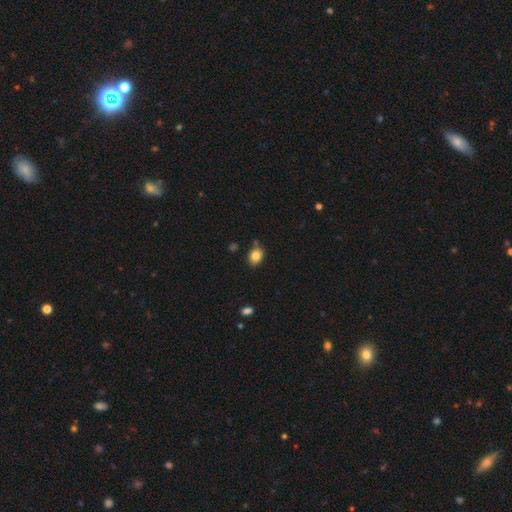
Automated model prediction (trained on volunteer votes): Smooth or featured?
  - smooth: 83% *
  - star or artifact: 10%
  - featured or disk: 8%
How rounded?
  - in between: 52% *
  - round: 47%
  - cigar-shaped: 1%
Merging?
  - none: 77% *
  - minor disturbance: 14%
  - merger: 6%
  - major disturbance: 3%